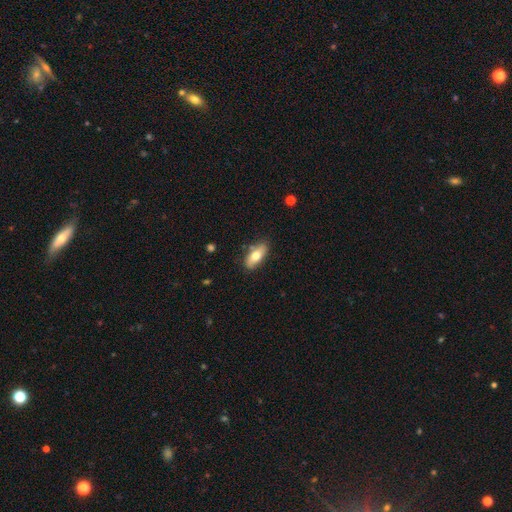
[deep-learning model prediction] The model was most divided on "smooth or featured": smooth: 72%, featured or disk: 21%, star or artifact: 7%. More confident: how rounded — in between (85%); merging — none (79%).